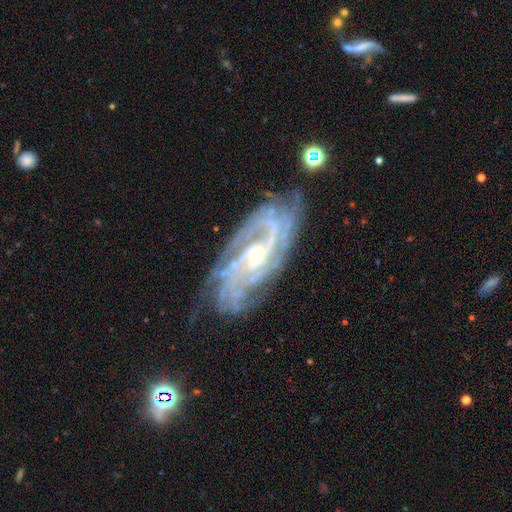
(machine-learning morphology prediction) smooth-or-featured: featured or disk: 89% | star or artifact: 6% | smooth: 5%
  disk-edge-on: no: 94% | yes: 6%
    bar: no: 52% | weak: 35% | strong: 13%
    has-spiral-arms: yes: 98% | no: 2%
      spiral-winding: tight: 66% | medium: 28% | loose: 5%
      spiral-arm-count: can't tell: 24% | 4: 22% | 3: 20% | 2: 17% | more than 4: 11% | 1: 7%
    bulge-size: small: 60% | moderate: 35% | none: 2% | large: 2% | dominant: 1%
  merging: none: 75% | minor disturbance: 17% | major disturbance: 6% | merger: 2%